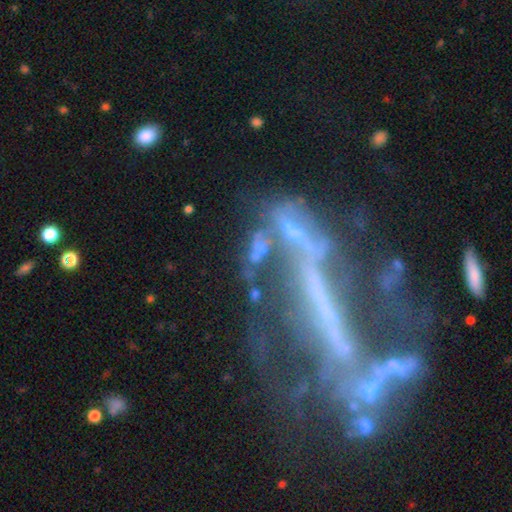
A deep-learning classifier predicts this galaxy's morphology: Q: Smooth or featured?
A: featured or disk (40%); runner-up: smooth (32%)
Q: Merging?
A: none (31%); runner-up: merger (30%)